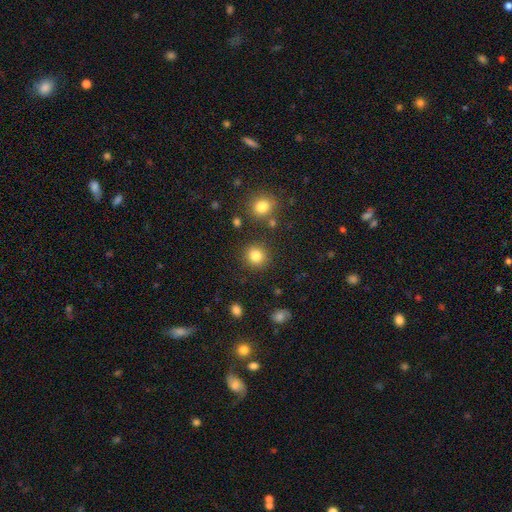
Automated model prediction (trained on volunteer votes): smooth-or-featured: smooth: 83% | star or artifact: 11% | featured or disk: 5%
  how-rounded: round: 90% | in between: 10% | cigar-shaped: 1%
  merging: none: 87% | minor disturbance: 7% | merger: 3% | major disturbance: 3%